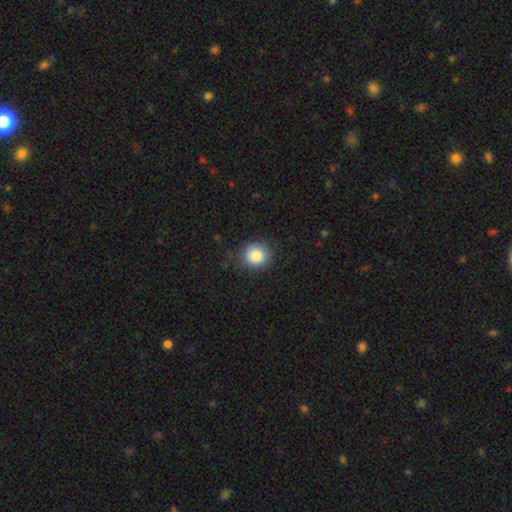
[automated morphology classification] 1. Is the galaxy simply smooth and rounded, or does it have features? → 88% smooth, 8% star or artifact, 4% featured or disk.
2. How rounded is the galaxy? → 86% round, 13% in between, 1% cigar-shaped.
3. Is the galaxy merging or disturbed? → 82% none, 13% minor disturbance, 4% major disturbance, 1% merger.